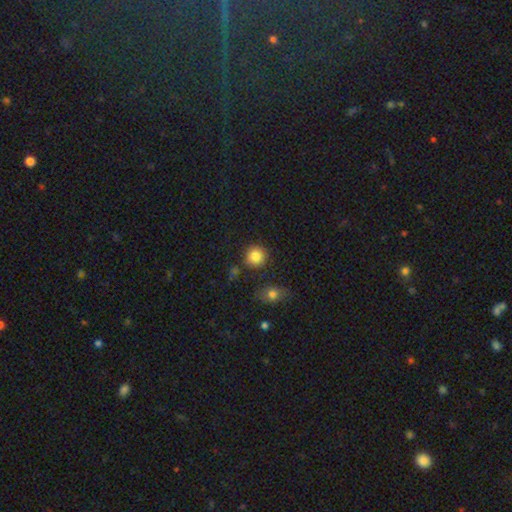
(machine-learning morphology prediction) type=smooth (85%); roundness=round (90%); merging=none (82%).